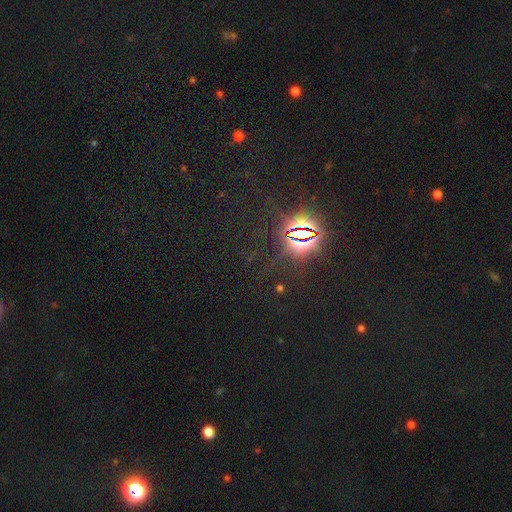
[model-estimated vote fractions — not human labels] A star or artifact, not a galaxy (80%).